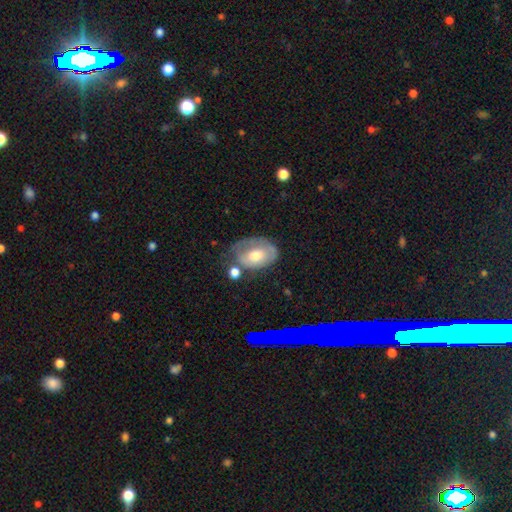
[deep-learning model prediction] Smooth or featured: smooth — 53% (featured or disk — 39%)
How rounded: in between — 80% (round — 19%)
Merging: none — 44% (minor disturbance — 30%)